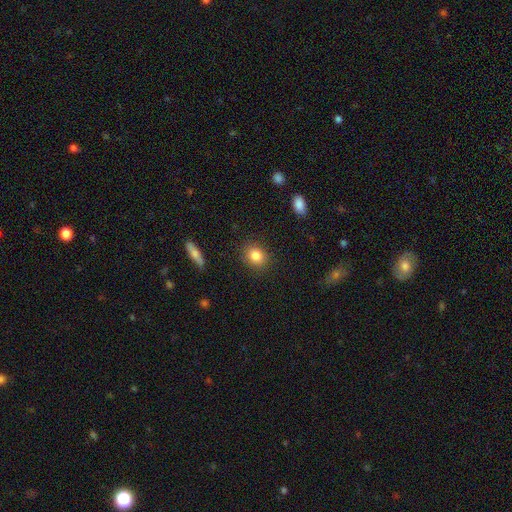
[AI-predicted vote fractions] A smooth galaxy with no disk features (84%) that is round (59%).

Vote fractions:
- Smooth or featured? smooth: 84% / star or artifact: 9% / featured or disk: 7%
- How rounded? round: 59% / in between: 39% / cigar-shaped: 2%
- Merging? none: 87% / minor disturbance: 9% / major disturbance: 3% / merger: 1%